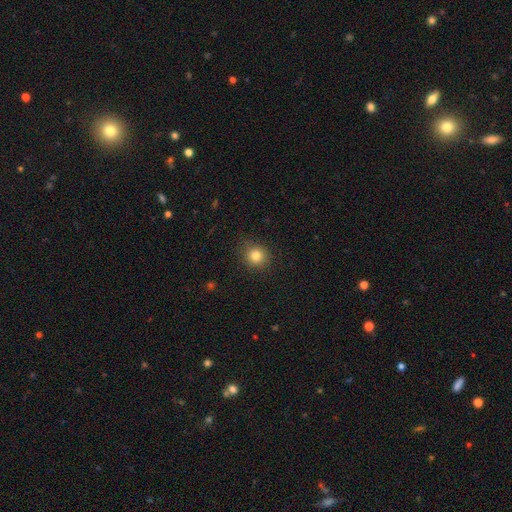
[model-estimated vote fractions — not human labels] This appears to be a smooth galaxy with no disk features (82%) that is round (87%). Merging: none (86%).